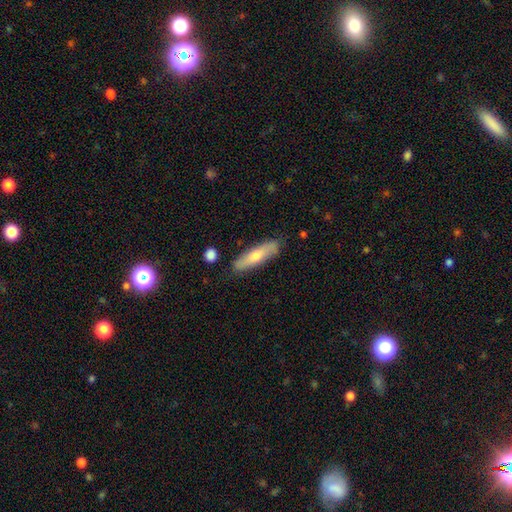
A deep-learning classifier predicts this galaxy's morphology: This appears to be a smooth galaxy with no disk features (49%). Merging: none (85%).